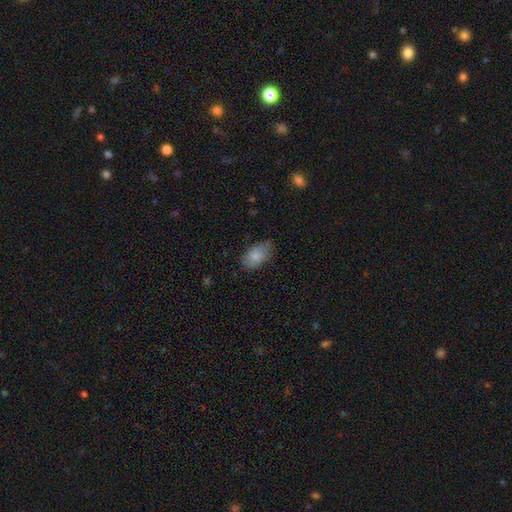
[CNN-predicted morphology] Overall: smooth (82%). How rounded: in between (94%). Merging: none (68%).